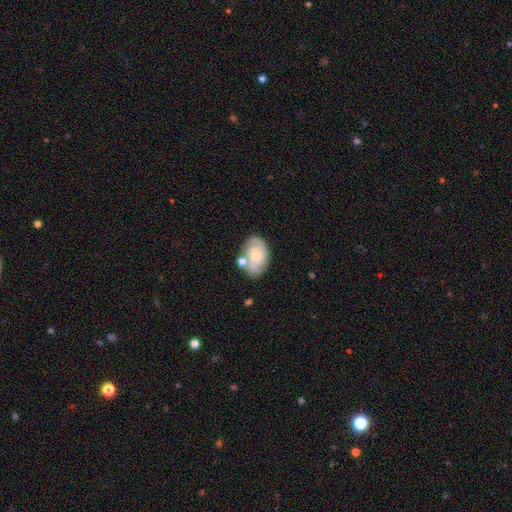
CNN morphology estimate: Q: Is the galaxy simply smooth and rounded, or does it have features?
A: featured or disk — 77%.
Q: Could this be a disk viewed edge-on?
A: no — 97%.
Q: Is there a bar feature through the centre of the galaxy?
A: no — 65%.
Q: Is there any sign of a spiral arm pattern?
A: yes — 95%.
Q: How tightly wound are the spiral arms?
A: tight — 48%.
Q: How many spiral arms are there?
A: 2 — 62%.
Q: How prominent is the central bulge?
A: small — 54%.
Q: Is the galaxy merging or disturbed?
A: none — 65%.